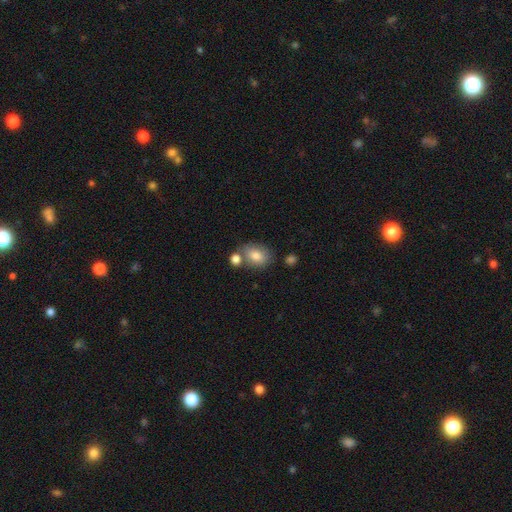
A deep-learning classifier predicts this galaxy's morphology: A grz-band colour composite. It shows a smooth galaxy with no disk features (80%) that is in between round and cigar-shaped (67%). Merging: none (62%).